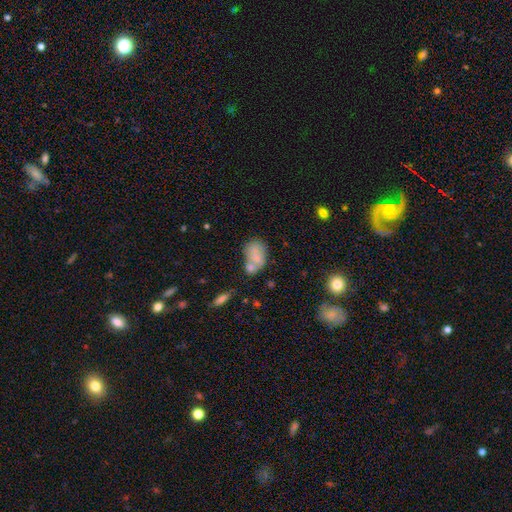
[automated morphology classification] This is likely a smooth galaxy (73%). How rounded: clearly in between (82%). Merging: marginally merger (40%).